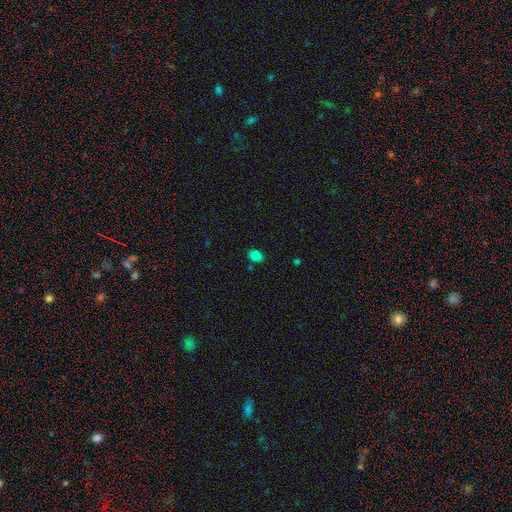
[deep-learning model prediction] Smooth or featured?
  - smooth: 83% *
  - star or artifact: 12%
  - featured or disk: 5%
How rounded?
  - in between: 69% *
  - round: 30%
  - cigar-shaped: 1%
Merging?
  - none: 83% *
  - minor disturbance: 10%
  - merger: 4%
  - major disturbance: 3%